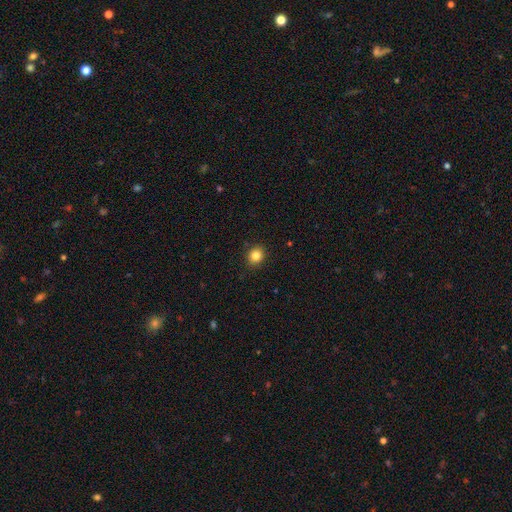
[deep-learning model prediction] Morphology: type=smooth (84%); roundness=round (72%); merging=none (90%).